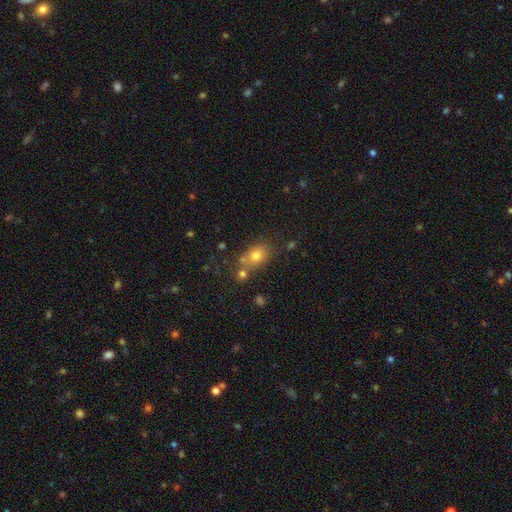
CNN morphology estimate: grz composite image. It shows a smooth galaxy with no disk features (73%) that is in between round and cigar-shaped (56%). Merging: none (59%).